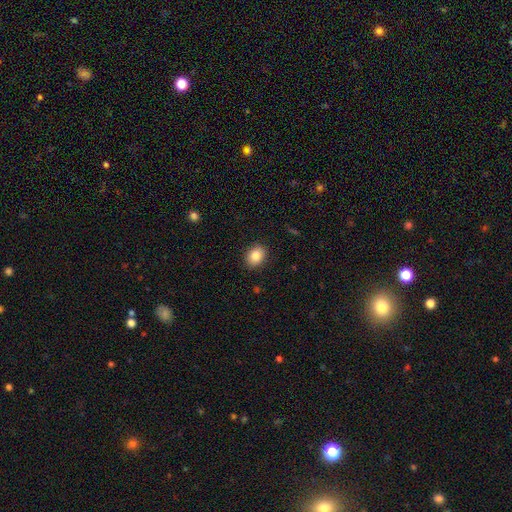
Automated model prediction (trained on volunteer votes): A smooth galaxy with no disk features (85%) that is in between round and cigar-shaped (52%).

Vote fractions:
- Smooth or featured? smooth: 85% / star or artifact: 9% / featured or disk: 6%
- How rounded? in between: 52% / round: 47% / cigar-shaped: 1%
- Merging? none: 89% / minor disturbance: 8% / major disturbance: 2% / merger: 1%